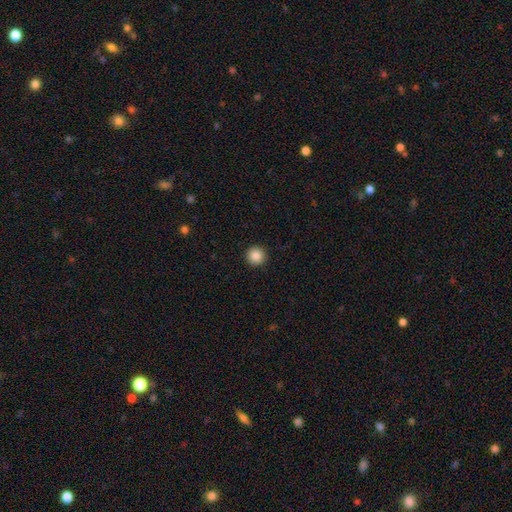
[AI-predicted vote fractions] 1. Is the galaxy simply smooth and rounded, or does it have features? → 87% smooth, 9% star or artifact, 4% featured or disk.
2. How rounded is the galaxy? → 96% round, 3% in between, 1% cigar-shaped.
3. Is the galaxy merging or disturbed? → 93% none, 4% minor disturbance, 1% major disturbance, 1% merger.